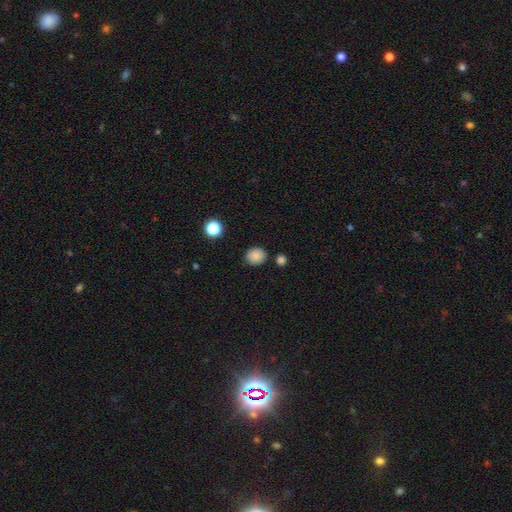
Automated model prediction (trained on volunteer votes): Smooth or featured? smooth (85%)
How rounded? round (72%)
Merging? none (83%)